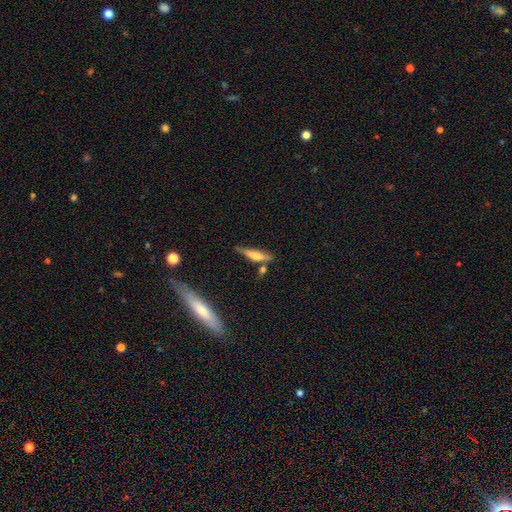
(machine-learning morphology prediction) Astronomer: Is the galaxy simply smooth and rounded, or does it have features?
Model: smooth — 51% (runner-up: featured or disk, 42%).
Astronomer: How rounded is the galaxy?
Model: cigar-shaped — 77%.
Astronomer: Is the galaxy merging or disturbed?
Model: none — 63%.